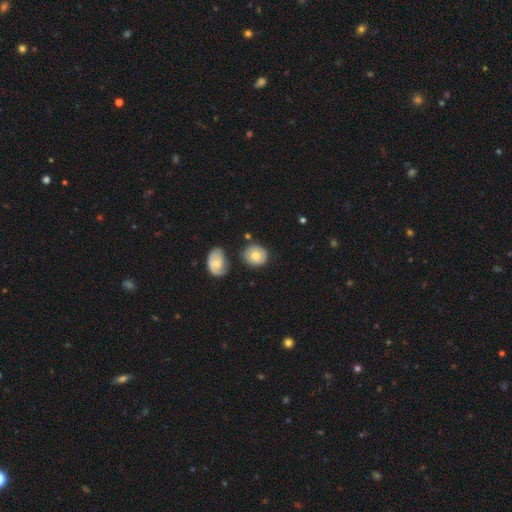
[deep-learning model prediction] smooth_or_featured: smooth (p=0.70) [alt: featured or disk p=0.23]
how_rounded: round (p=0.81) [alt: in between p=0.18]
merging: none (p=0.71) [alt: minor disturbance p=0.17]